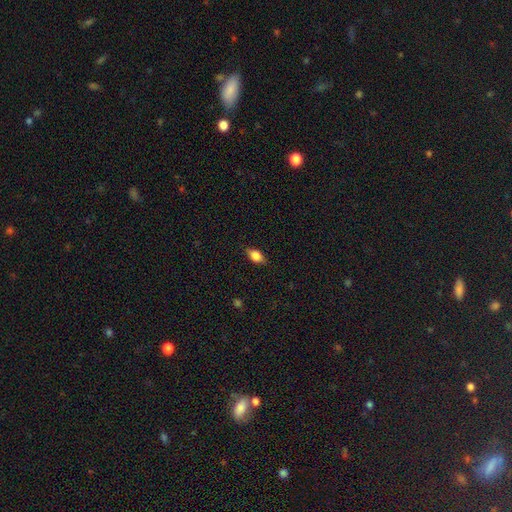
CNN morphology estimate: type=smooth (75%); roundness=in between (84%); merging=none (84%).